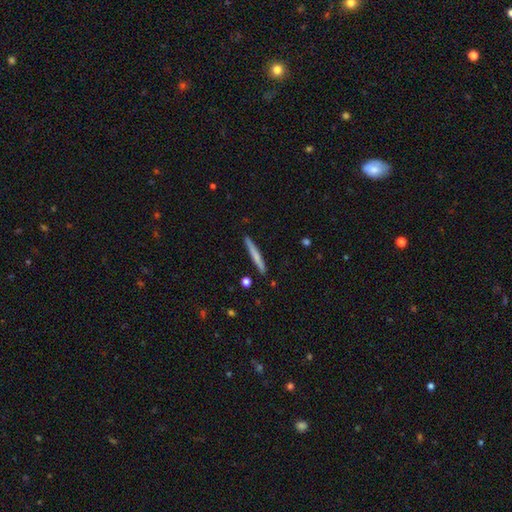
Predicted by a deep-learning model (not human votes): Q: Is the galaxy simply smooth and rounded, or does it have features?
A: smooth — 63%.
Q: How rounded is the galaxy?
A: cigar-shaped — 96%.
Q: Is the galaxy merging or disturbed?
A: none — 90%.